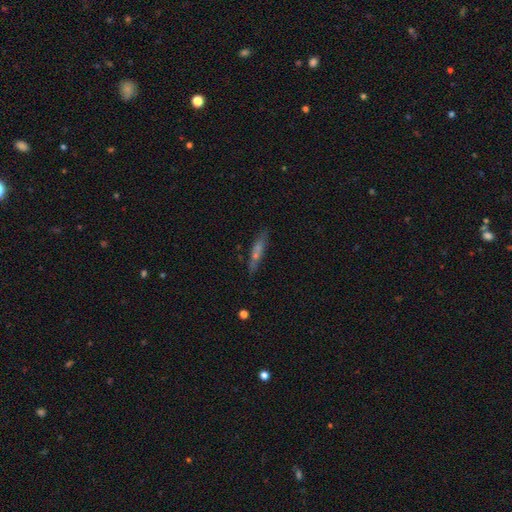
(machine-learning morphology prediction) Smooth or featured? smooth (45%)
Merging? none (80%)